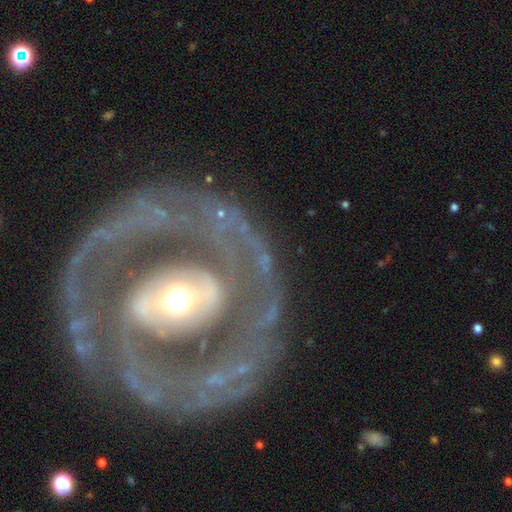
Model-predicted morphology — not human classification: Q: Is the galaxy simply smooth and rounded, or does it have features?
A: featured or disk — 83%.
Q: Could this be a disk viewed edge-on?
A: no — 96%.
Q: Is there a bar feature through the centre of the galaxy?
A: no — 40%.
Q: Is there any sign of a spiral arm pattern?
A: yes — 74%.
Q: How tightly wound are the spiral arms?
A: tight — 40%.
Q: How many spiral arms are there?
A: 2 — 68%.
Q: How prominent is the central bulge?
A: moderate — 61%.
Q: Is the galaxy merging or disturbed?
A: none — 71%.